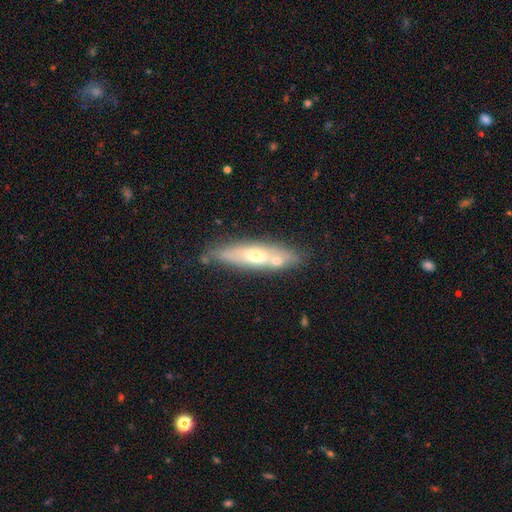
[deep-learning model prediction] smooth-or-featured: featured or disk: 53% | smooth: 40% | star or artifact: 7%
  disk-edge-on: yes: 61% | no: 39%
  merging: none: 66% | minor disturbance: 16% | merger: 14% | major disturbance: 4%